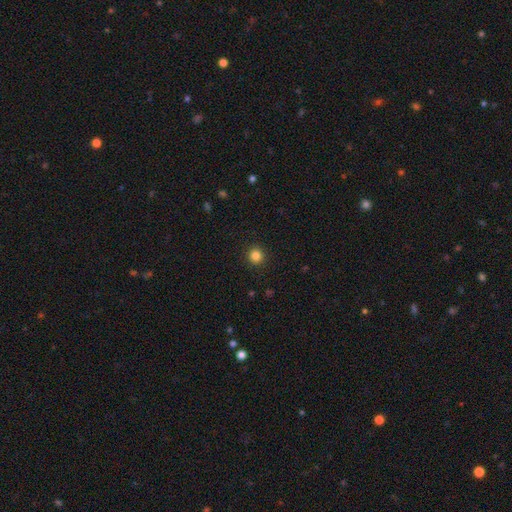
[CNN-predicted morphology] smooth_or_featured: smooth (p=0.84) [alt: star or artifact p=0.12]
how_rounded: round (p=0.95) [alt: in between p=0.04]
merging: none (p=0.93) [alt: minor disturbance p=0.05]